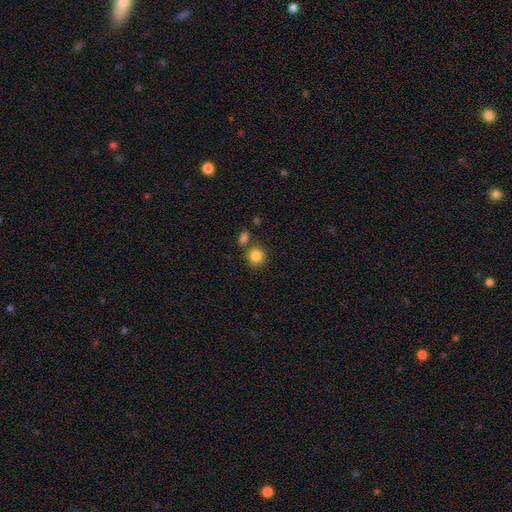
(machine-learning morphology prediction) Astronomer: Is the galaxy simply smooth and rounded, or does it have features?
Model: smooth — 86%.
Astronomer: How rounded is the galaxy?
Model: round — 86%.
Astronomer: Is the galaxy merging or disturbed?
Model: none — 73%.